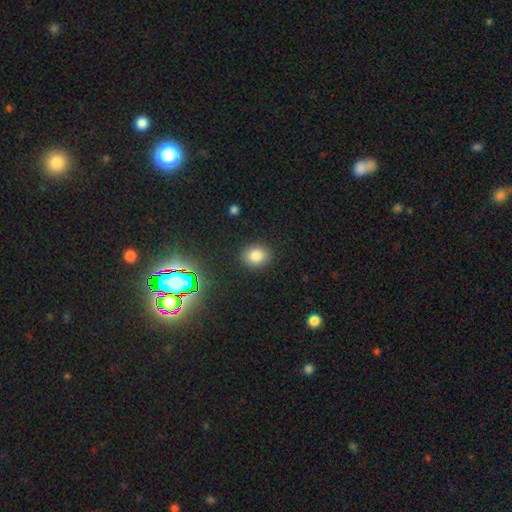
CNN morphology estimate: This is likely a smooth galaxy (80%). How rounded: likely round (61%). Merging: clearly none (88%).